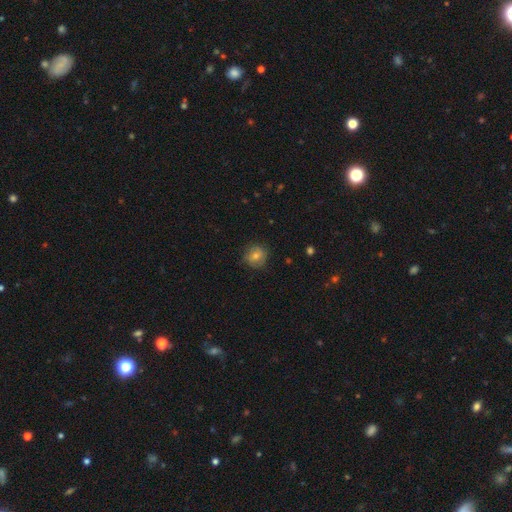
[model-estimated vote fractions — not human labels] This is likely a smooth galaxy (61%). How rounded: clearly round (86%). Merging: clearly none (82%).